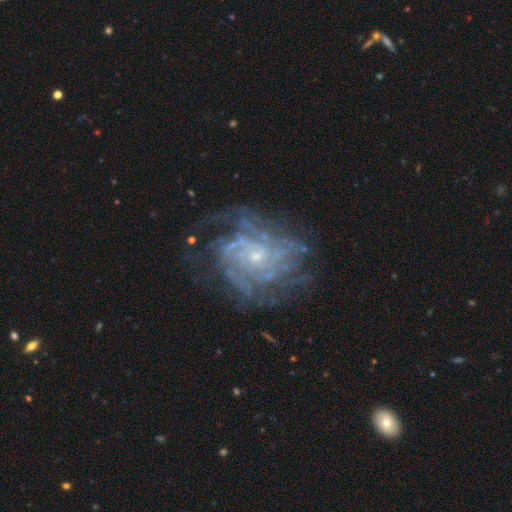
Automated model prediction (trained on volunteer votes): This appears to be a featured or disk galaxy (84%) with no bar (73%), tight (59%) spiral arms (91%) and a small central bulge (80%). Merging: none (65%).